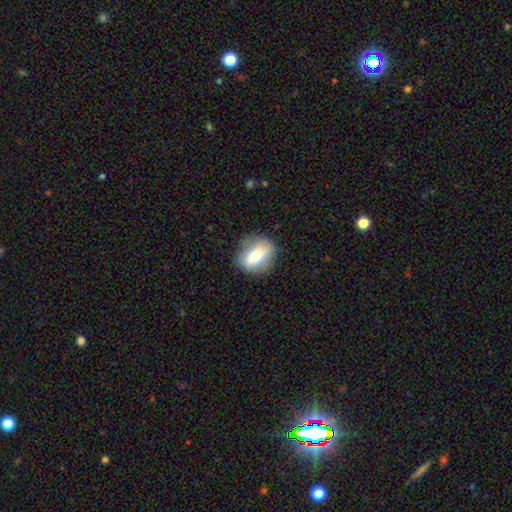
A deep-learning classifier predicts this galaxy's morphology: smooth_or_featured: smooth (p=0.67) [alt: featured or disk p=0.24]
how_rounded: in between (p=0.68) [alt: round p=0.24]
merging: none (p=0.75) [alt: minor disturbance p=0.17]